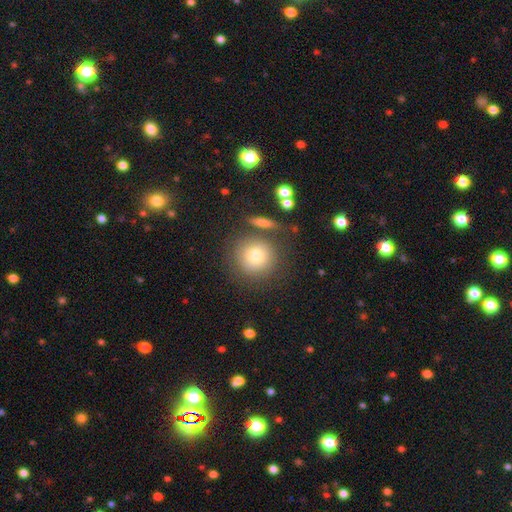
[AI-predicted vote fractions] A smooth galaxy with no disk features (77%) that is round (93%). Merging: none (76%).